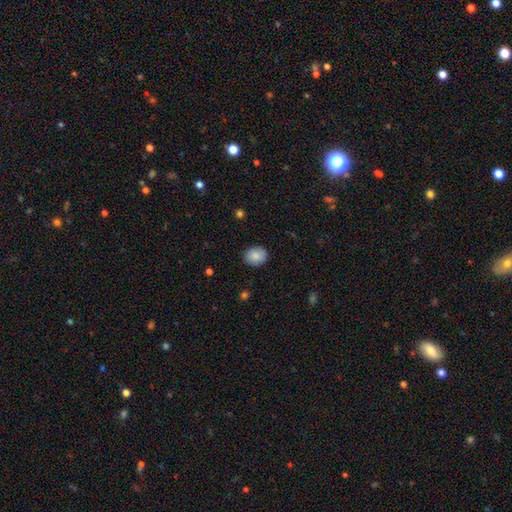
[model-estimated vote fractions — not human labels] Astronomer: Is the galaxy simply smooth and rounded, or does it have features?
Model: smooth — 86%.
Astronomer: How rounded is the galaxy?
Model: in between — 52% (runner-up: round, 48%).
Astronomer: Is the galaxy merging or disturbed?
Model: none — 88%.